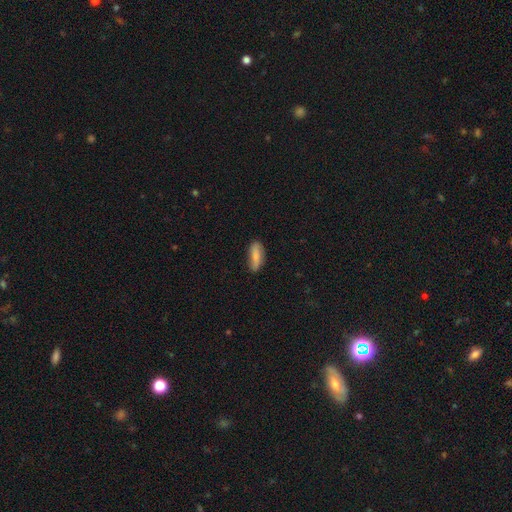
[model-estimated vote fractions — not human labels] The model was most divided on "how rounded": in between: 63%, cigar-shaped: 35%, round: 2%. More confident: smooth or featured — smooth (79%); merging — none (77%).